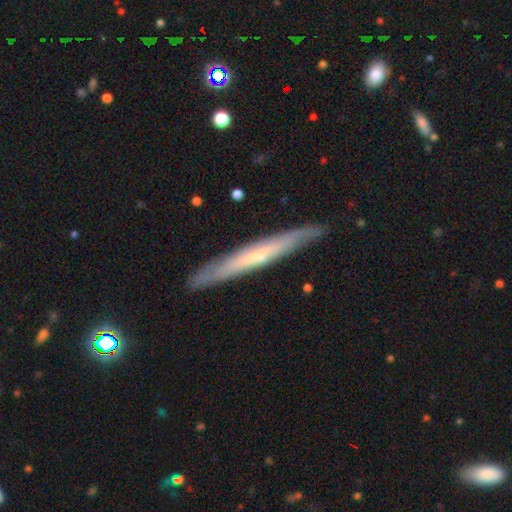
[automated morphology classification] Overall: featured or disk (58%; smooth 36%). Edge-on disk: yes (89%). Edge-on bulge: none (69%). Merging: none (88%).